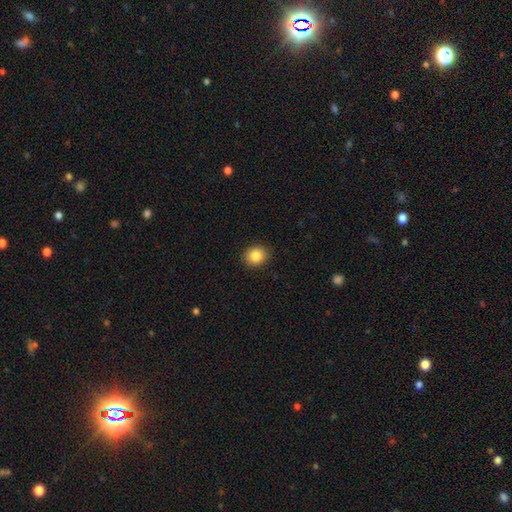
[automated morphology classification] This appears to be a smooth galaxy with no disk features (85%) that is round (70%). Merging: none (90%).